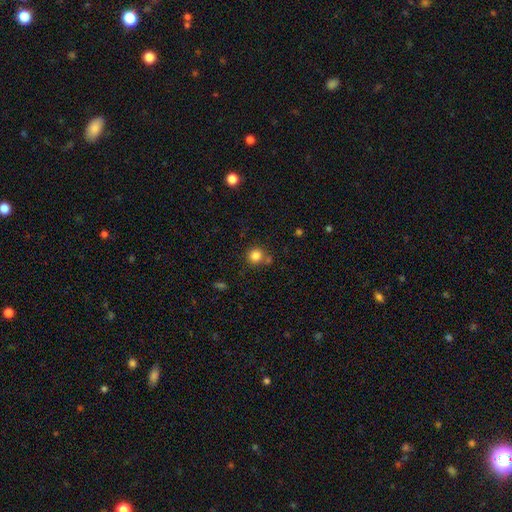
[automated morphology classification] smooth-or-featured: smooth: 83% | star or artifact: 11% | featured or disk: 6%
  how-rounded: round: 90% | in between: 9% | cigar-shaped: 1%
  merging: none: 70% | merger: 14% | minor disturbance: 12% | major disturbance: 4%